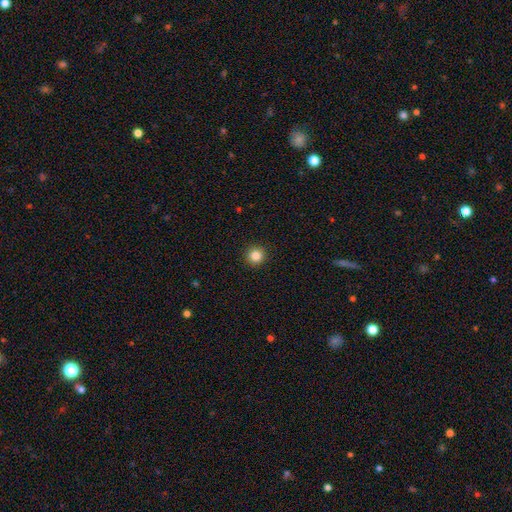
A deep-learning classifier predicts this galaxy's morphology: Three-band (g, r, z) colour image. It shows a smooth galaxy with no disk features (84%) that is round (95%). Merging: none (93%).